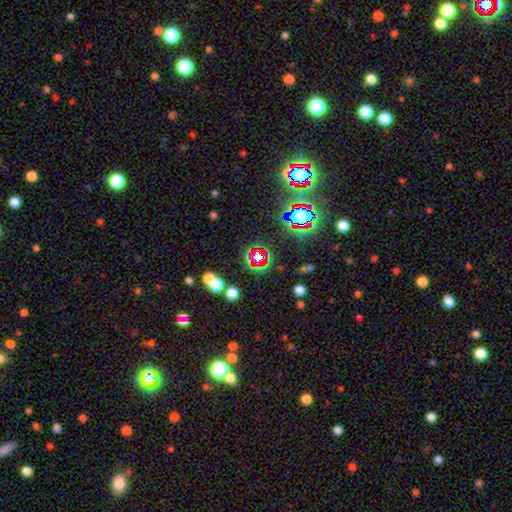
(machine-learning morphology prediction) smooth_or_featured: star or artifact (p=0.59) [alt: smooth p=0.26]